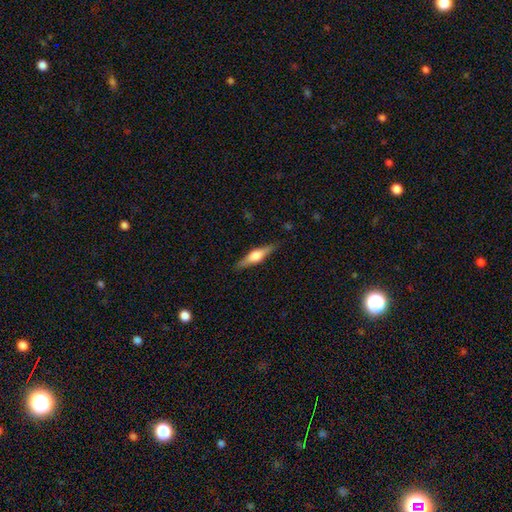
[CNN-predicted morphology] smooth_or_featured: featured or disk (p=0.64) [alt: smooth p=0.30]
disk_edge_on: yes (p=0.97) [alt: no p=0.03]
edge_on_bulge: rounded (p=0.89) [alt: boxy p=0.09]
merging: none (p=0.88) [alt: minor disturbance p=0.09]